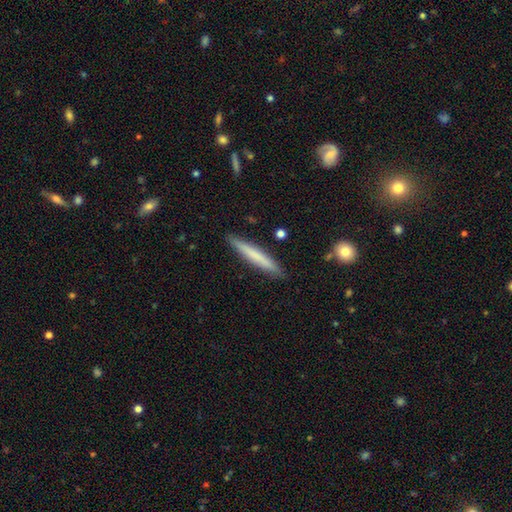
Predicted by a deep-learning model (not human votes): Smooth or featured?
  - smooth: 65% *
  - featured or disk: 30%
  - star or artifact: 5%
How rounded?
  - cigar-shaped: 96% *
  - in between: 3%
  - round: 1%
Merging?
  - none: 90% *
  - minor disturbance: 7%
  - major disturbance: 1%
  - merger: 1%